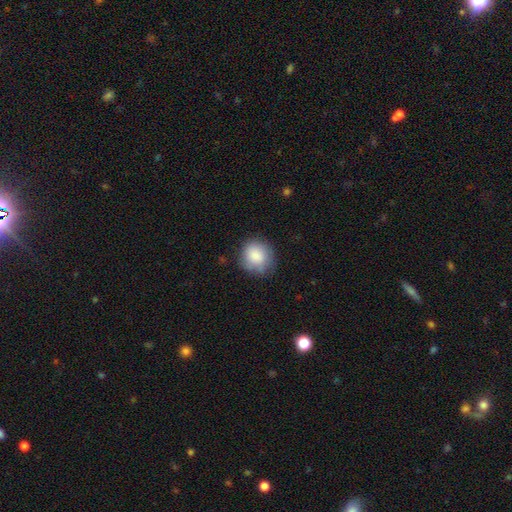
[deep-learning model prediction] Q: Smooth or featured?
A: smooth (84%); runner-up: featured or disk (9%)
Q: How rounded?
A: round (84%); runner-up: in between (16%)
Q: Merging?
A: none (71%); runner-up: minor disturbance (21%)